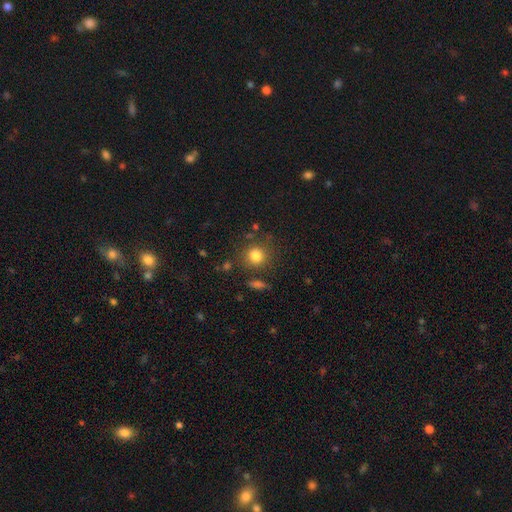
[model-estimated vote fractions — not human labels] smooth 81%, star or artifact 12%, featured or disk 7%. Down the decision tree: how rounded — round (88%); merging — none (80%).